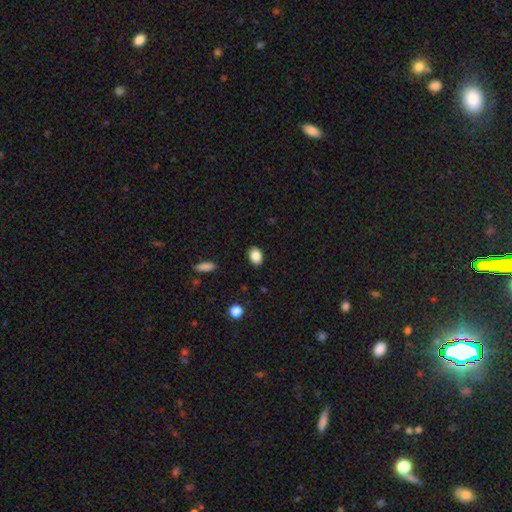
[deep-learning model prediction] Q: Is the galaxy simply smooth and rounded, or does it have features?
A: smooth — 87%.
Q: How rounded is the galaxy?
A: in between — 76%.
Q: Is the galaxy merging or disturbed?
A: none — 89%.